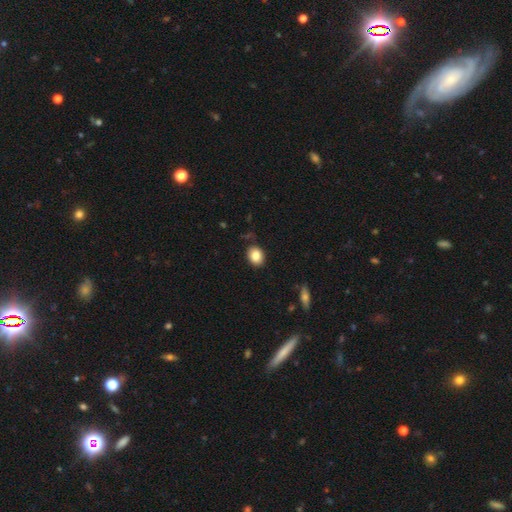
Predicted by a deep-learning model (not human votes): Smooth or featured?
  - smooth: 85% *
  - star or artifact: 9%
  - featured or disk: 6%
How rounded?
  - in between: 55% *
  - round: 44%
  - cigar-shaped: 1%
Merging?
  - none: 85% *
  - minor disturbance: 11%
  - major disturbance: 3%
  - merger: 2%